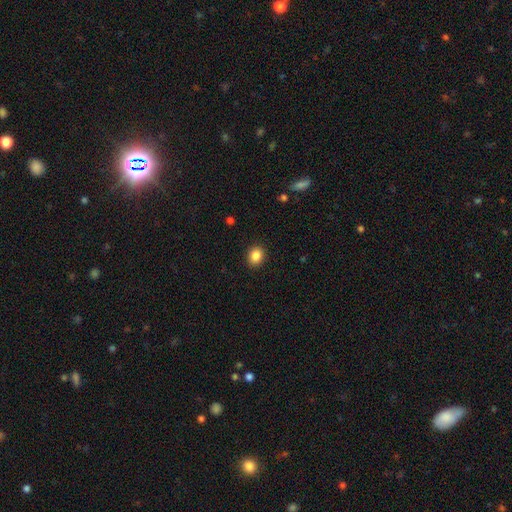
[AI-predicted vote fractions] Smooth or featured? Predicted: smooth (p=0.86). How rounded? Predicted: round (p=0.63). Merging? Predicted: none (p=0.91).